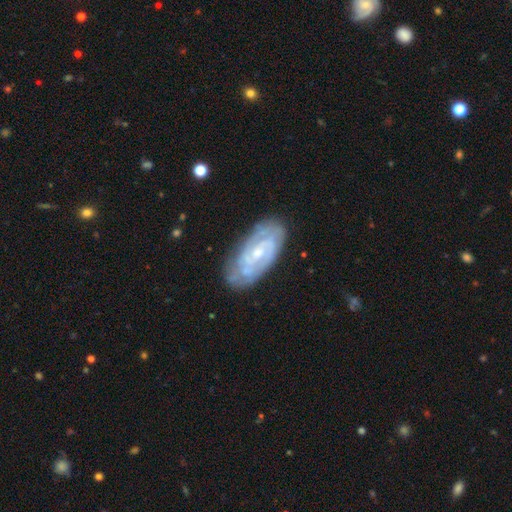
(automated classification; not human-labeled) featured or disk 75%, smooth 18%, star or artifact 7%. Down the decision tree: edge-on disk — no (92%); bar — weak (44%); spiral arms — yes (86%); spiral arm count — can't tell (39%); spiral winding — tight (60%); bulge size — small (67%); merging — none (80%).